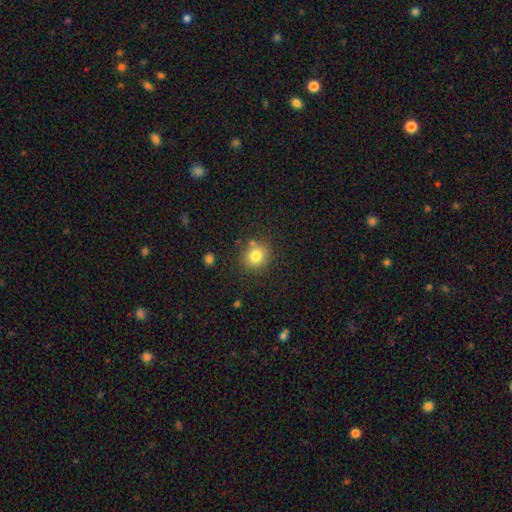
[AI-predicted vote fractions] Smooth or featured: smooth — 80% (star or artifact — 12%)
How rounded: round — 82% (in between — 17%)
Merging: none — 79% (minor disturbance — 11%)